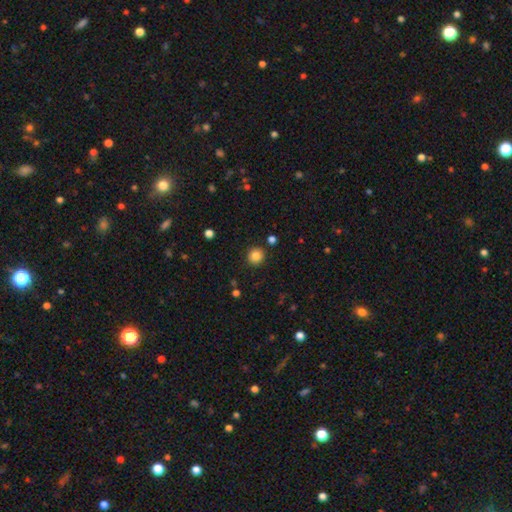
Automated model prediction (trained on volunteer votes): smooth-or-featured: smooth: 84% | star or artifact: 11% | featured or disk: 5%
  how-rounded: round: 92% | in between: 8% | cigar-shaped: 1%
  merging: none: 90% | minor disturbance: 6% | merger: 2% | major disturbance: 2%